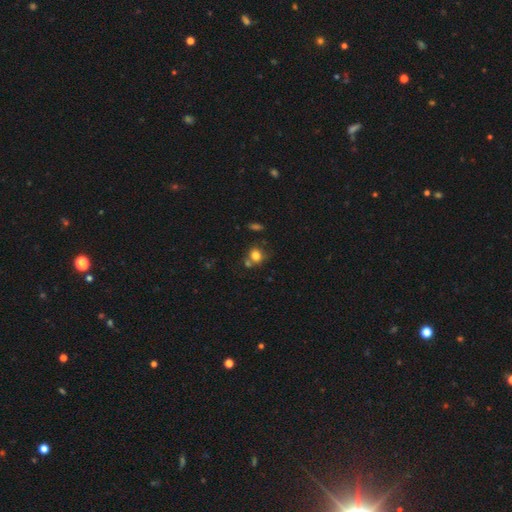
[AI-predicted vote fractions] smooth_or_featured: smooth (p=0.78) [alt: star or artifact p=0.12]
how_rounded: round (p=0.71) [alt: in between p=0.28]
merging: none (p=0.58) [alt: merger p=0.21]